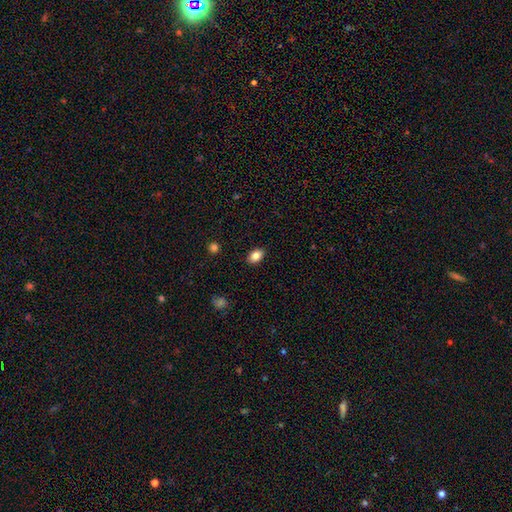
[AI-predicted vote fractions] Smooth or featured?
  - smooth: 85% *
  - star or artifact: 9%
  - featured or disk: 7%
How rounded?
  - in between: 85% *
  - round: 13%
  - cigar-shaped: 1%
Merging?
  - none: 89% *
  - minor disturbance: 8%
  - major disturbance: 2%
  - merger: 1%